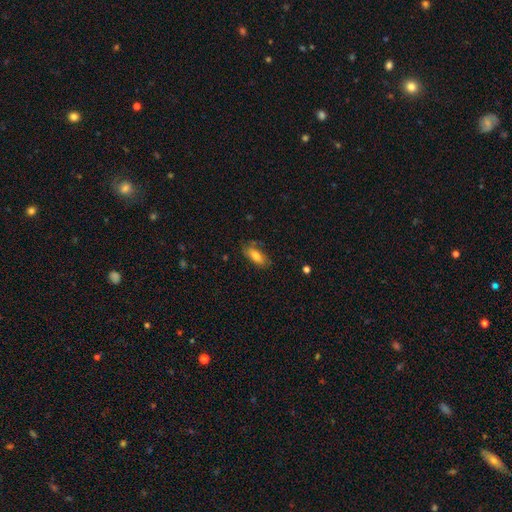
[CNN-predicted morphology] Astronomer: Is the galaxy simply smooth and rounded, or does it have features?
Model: smooth — 75%.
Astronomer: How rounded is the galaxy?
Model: in between — 78%.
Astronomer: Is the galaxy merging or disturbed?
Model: none — 73%.